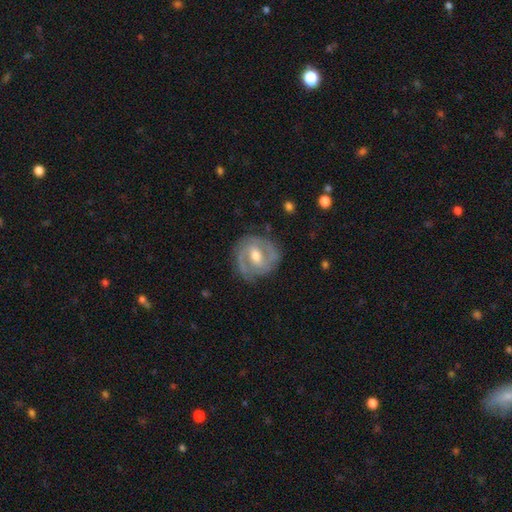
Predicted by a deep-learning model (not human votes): Smooth or featured?
  - featured or disk: 83% *
  - smooth: 12%
  - star or artifact: 5%
Edge-on disk?
  - no: 97% *
  - yes: 3%
Bar?
  - weak: 51% *
  - strong: 28%
  - no: 21%
Spiral arms?
  - yes: 91% *
  - no: 9%
Spiral winding?
  - tight: 47% *
  - medium: 42%
  - loose: 11%
Spiral arm count?
  - 2: 78% *
  - can't tell: 9%
  - 3: 6%
  - 1: 3%
  - 4: 2%
  - more than 4: 2%
Bulge size?
  - moderate: 72% *
  - small: 20%
  - large: 6%
  - none: 1%
  - dominant: 1%
Merging?
  - none: 79% *
  - minor disturbance: 14%
  - major disturbance: 5%
  - merger: 1%